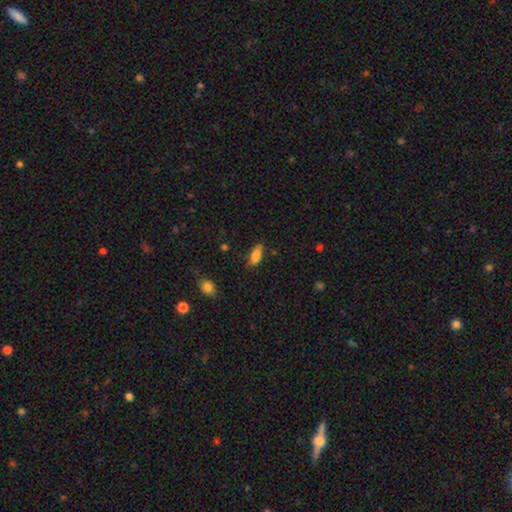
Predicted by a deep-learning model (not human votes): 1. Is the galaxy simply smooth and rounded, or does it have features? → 83% smooth, 10% featured or disk, 7% star or artifact.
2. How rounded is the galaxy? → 81% in between, 17% cigar-shaped, 2% round.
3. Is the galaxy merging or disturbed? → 76% none, 19% minor disturbance, 4% major disturbance, 2% merger.